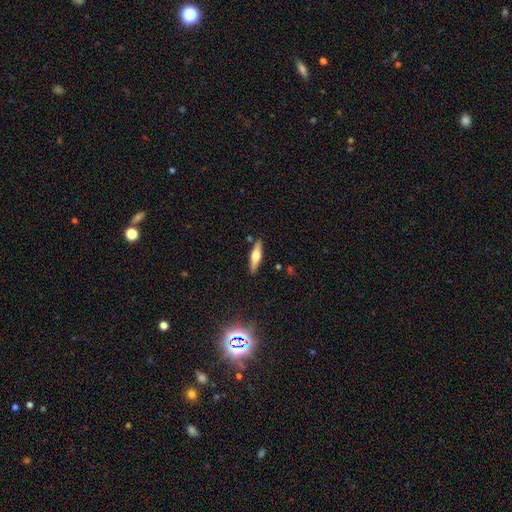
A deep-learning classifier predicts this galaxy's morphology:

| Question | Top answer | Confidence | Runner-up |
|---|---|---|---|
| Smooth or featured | smooth | 47% | featured or disk (46%) |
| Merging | none | 87% | minor disturbance (9%) |